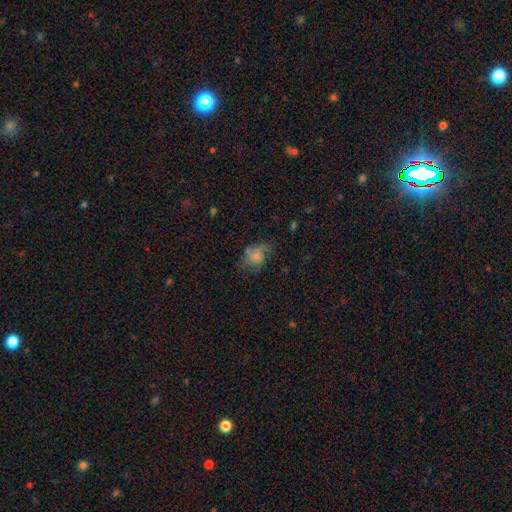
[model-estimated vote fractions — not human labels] smooth 56%, featured or disk 32%, star or artifact 12%. Down the decision tree: how rounded — in between (69%); merging — none (42%).